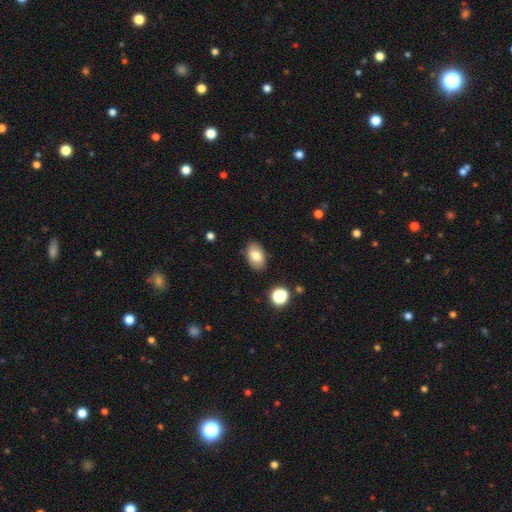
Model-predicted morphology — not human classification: Smooth or featured?
  - smooth: 79% *
  - featured or disk: 13%
  - star or artifact: 9%
How rounded?
  - in between: 90% *
  - round: 9%
  - cigar-shaped: 1%
Merging?
  - none: 84% *
  - minor disturbance: 11%
  - major disturbance: 3%
  - merger: 2%